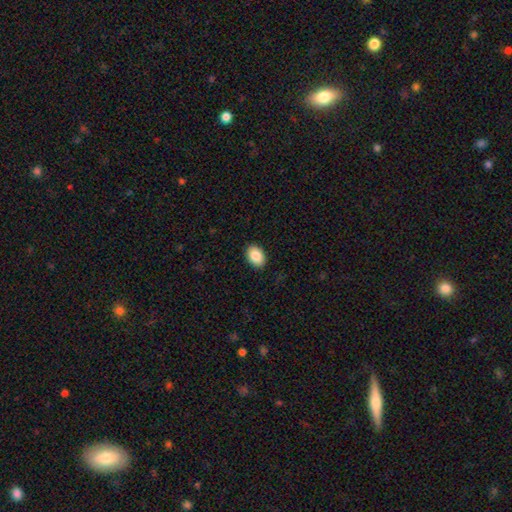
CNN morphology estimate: Smooth or featured? Predicted: smooth (p=0.88). How rounded? Predicted: in between (p=0.84). Merging? Predicted: none (p=0.90).